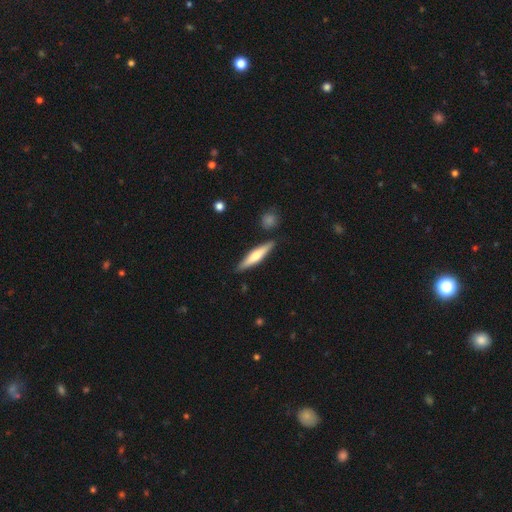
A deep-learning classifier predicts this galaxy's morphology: Smooth or featured?
  - smooth: 49% *
  - featured or disk: 45%
  - star or artifact: 5%
Merging?
  - none: 87% *
  - minor disturbance: 8%
  - merger: 3%
  - major disturbance: 2%